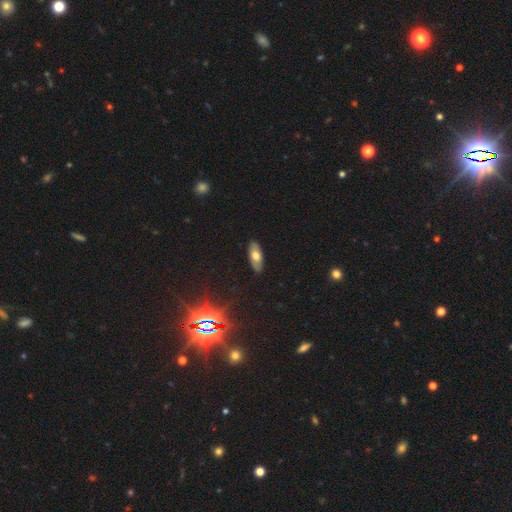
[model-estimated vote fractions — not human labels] This appears to be a smooth galaxy with no disk features (64%) that is in between round and cigar-shaped (81%). Merging: none (88%).